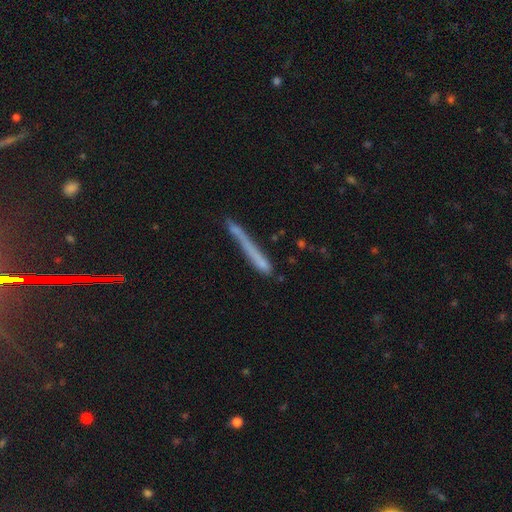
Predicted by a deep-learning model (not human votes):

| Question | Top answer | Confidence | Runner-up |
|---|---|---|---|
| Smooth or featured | smooth | 57% | featured or disk (33%) |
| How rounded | cigar-shaped | 96% | in between (3%) |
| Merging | none | 59% | minor disturbance (21%) |